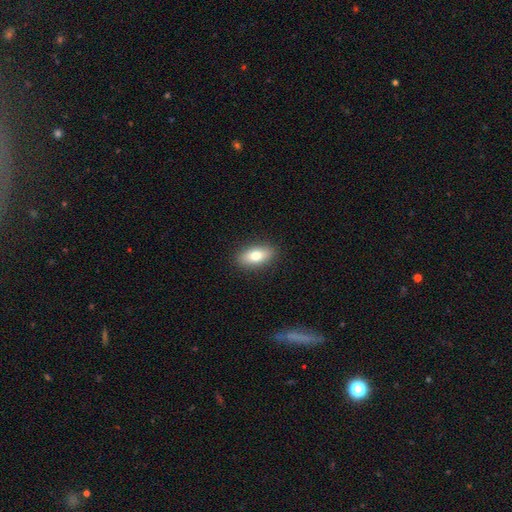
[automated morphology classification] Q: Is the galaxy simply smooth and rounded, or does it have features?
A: smooth — 79%.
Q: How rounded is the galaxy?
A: in between — 86%.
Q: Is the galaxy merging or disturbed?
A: none — 89%.